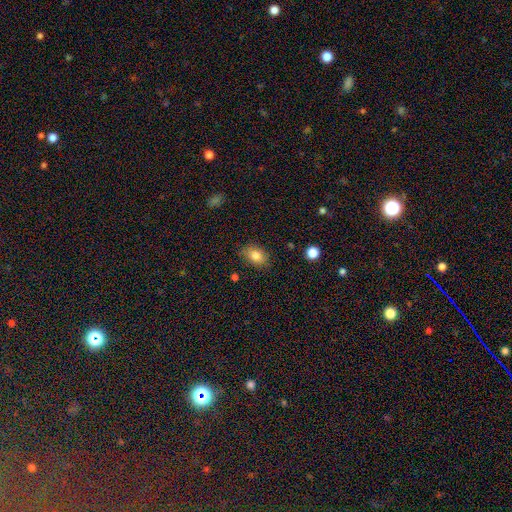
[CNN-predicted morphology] smooth_or_featured: smooth (p=0.81) [alt: star or artifact p=0.09]
how_rounded: in between (p=0.78) [alt: round p=0.20]
merging: none (p=0.83) [alt: minor disturbance p=0.13]